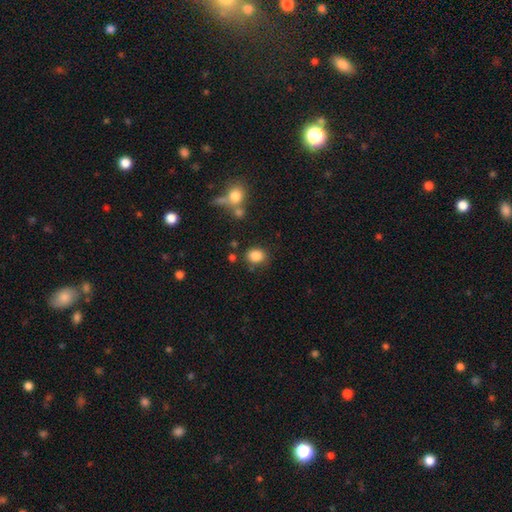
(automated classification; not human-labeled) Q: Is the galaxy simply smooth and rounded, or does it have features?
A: smooth — 85%.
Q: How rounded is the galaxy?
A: round — 59%.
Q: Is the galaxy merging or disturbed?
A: none — 77%.